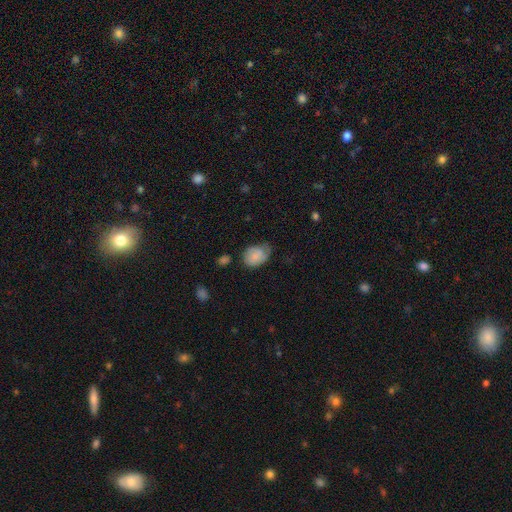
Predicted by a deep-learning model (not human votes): This appears to be a smooth galaxy with no disk features (77%) that is in between round and cigar-shaped (70%). Merging: none (48%).